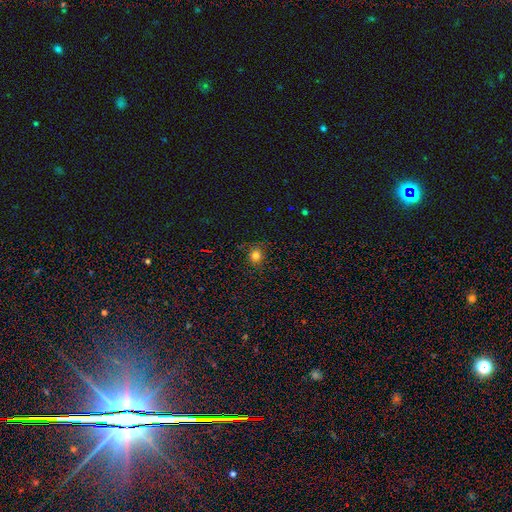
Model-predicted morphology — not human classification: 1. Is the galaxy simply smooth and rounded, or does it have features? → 78% smooth, 16% star or artifact, 6% featured or disk.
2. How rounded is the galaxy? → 83% round, 16% in between, 1% cigar-shaped.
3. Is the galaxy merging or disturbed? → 86% none, 10% minor disturbance, 3% major disturbance, 1% merger.